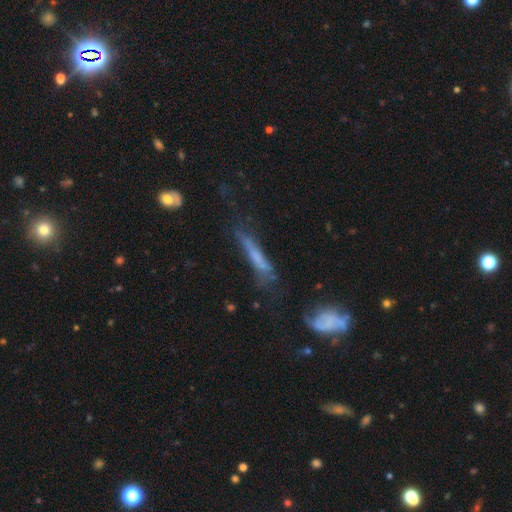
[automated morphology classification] Overall: featured or disk (44%; smooth 40%). Merging: none (53%; minor disturbance 24%).